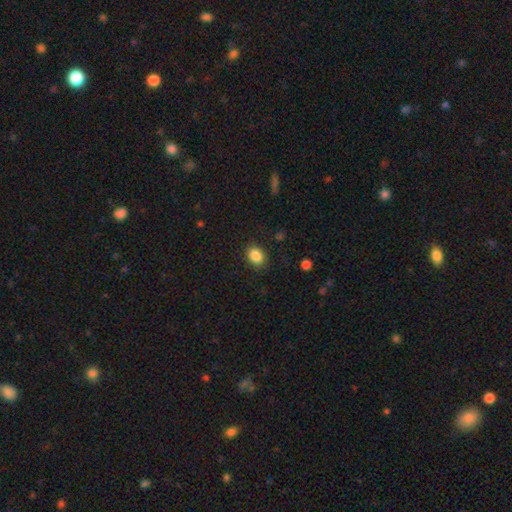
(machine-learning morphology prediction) smooth 87%, star or artifact 9%, featured or disk 4%. Down the decision tree: how rounded — in between (70%); merging — none (86%).